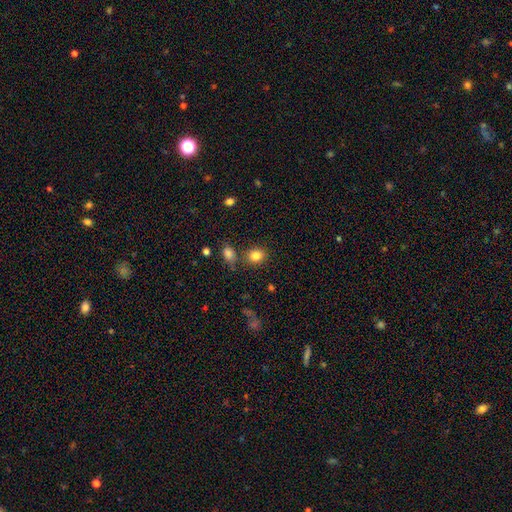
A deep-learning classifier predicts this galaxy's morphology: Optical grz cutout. It shows a smooth galaxy with no disk features (84%) that is round (67%). Merging: none (77%).